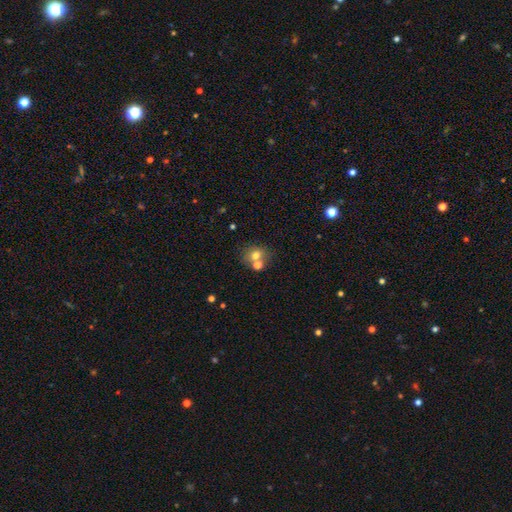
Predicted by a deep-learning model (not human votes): This is likely a smooth galaxy (70%). How rounded: likely round (68%). Merging: possibly none (54%).